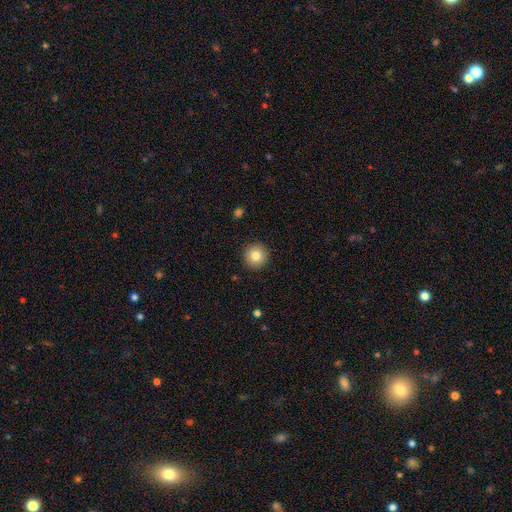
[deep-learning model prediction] Overall: smooth (82%). How rounded: round (96%). Merging: none (93%).